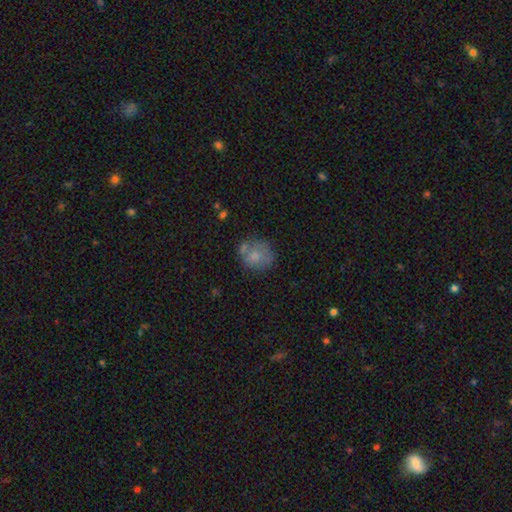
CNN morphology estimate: smooth 67%, featured or disk 23%, star or artifact 10%. Down the decision tree: how rounded — round (74%); merging — none (51%).